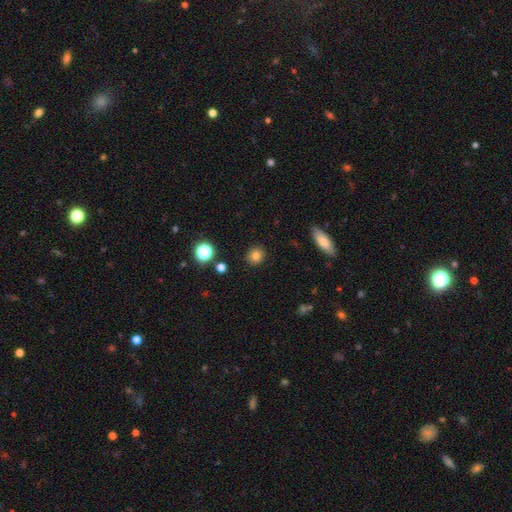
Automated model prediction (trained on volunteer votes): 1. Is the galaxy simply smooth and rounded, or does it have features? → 80% smooth, 13% star or artifact, 7% featured or disk.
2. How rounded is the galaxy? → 83% round, 16% in between, 1% cigar-shaped.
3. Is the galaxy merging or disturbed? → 90% none, 7% minor disturbance, 2% major disturbance, 2% merger.